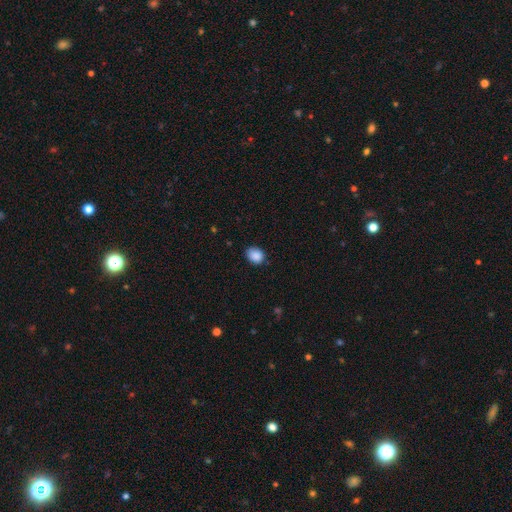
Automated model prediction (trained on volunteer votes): A smooth galaxy with no disk features (88%) that is round (55%). Merging: none (78%).